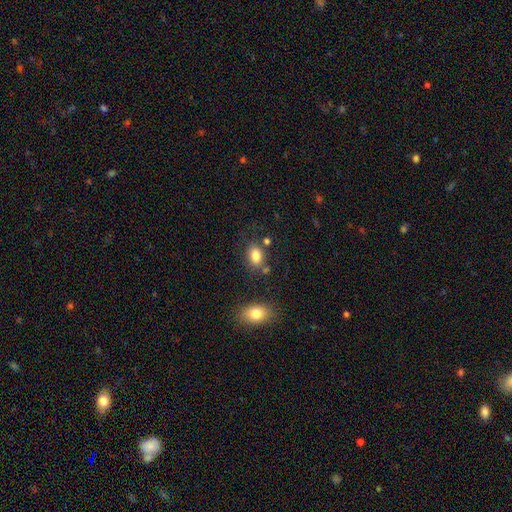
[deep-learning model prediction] Smooth or featured?
  - smooth: 83% *
  - star or artifact: 9%
  - featured or disk: 8%
How rounded?
  - in between: 83% *
  - round: 15%
  - cigar-shaped: 2%
Merging?
  - none: 70% *
  - minor disturbance: 14%
  - merger: 11%
  - major disturbance: 5%